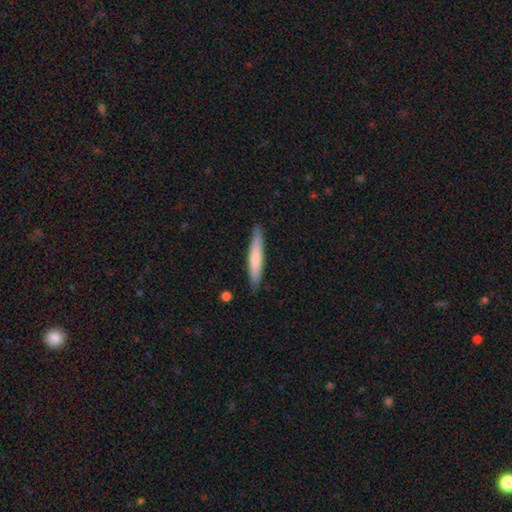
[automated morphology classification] Smooth or featured? Predicted: smooth (p=0.68). How rounded? Predicted: cigar-shaped (p=0.92). Merging? Predicted: none (p=0.88).